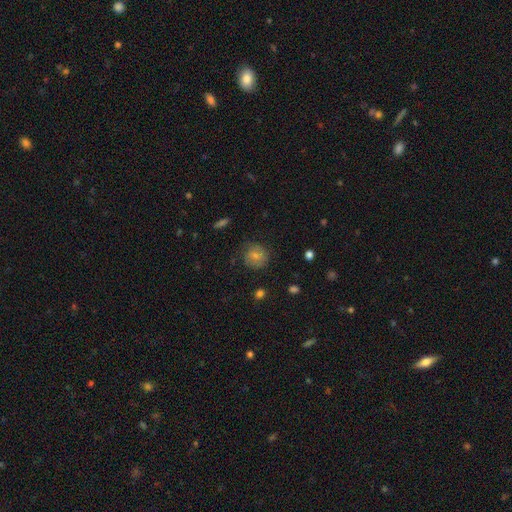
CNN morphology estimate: Smooth or featured?
  - smooth: 68% *
  - featured or disk: 23%
  - star or artifact: 9%
How rounded?
  - round: 82% *
  - in between: 17%
  - cigar-shaped: 1%
Merging?
  - none: 72% *
  - minor disturbance: 20%
  - major disturbance: 7%
  - merger: 1%